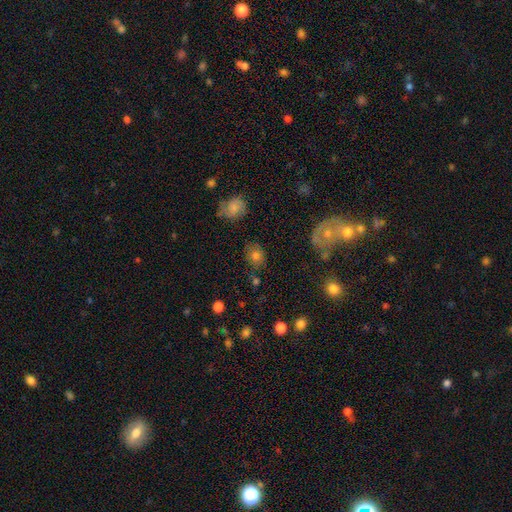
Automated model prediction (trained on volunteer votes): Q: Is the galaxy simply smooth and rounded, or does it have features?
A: smooth — 73%.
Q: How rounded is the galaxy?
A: round — 64%.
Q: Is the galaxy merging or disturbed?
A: none — 79%.